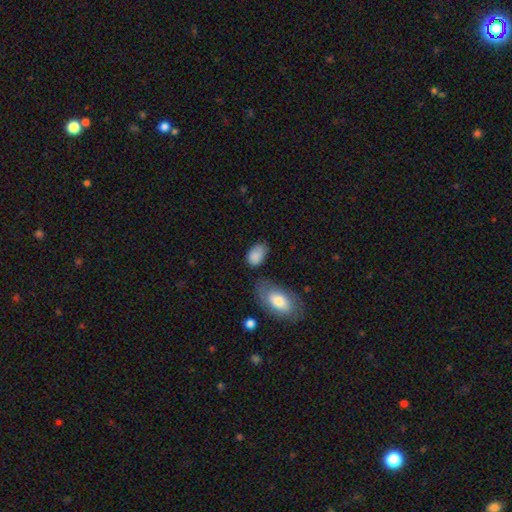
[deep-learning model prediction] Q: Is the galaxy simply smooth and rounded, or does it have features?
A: smooth — 86%.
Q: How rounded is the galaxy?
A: in between — 90%.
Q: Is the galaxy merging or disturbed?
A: none — 61%.